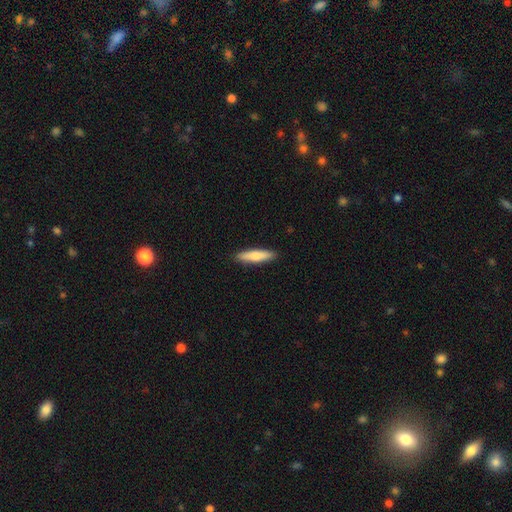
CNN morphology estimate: Smooth or featured?
  - smooth: 69% *
  - featured or disk: 25%
  - star or artifact: 5%
How rounded?
  - cigar-shaped: 81% *
  - in between: 18%
  - round: 2%
Merging?
  - none: 91% *
  - minor disturbance: 7%
  - major disturbance: 1%
  - merger: 1%